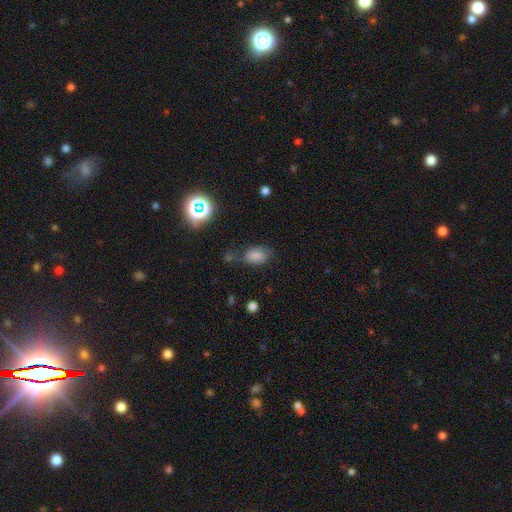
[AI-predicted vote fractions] Smooth or featured: smooth — 78% (star or artifact — 14%)
How rounded: in between — 87% (round — 11%)
Merging: none — 59% (minor disturbance — 24%)